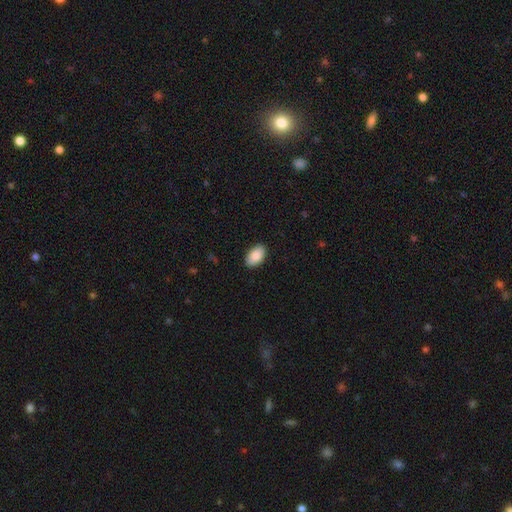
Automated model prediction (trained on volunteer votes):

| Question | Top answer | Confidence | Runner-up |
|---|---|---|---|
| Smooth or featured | smooth | 88% | star or artifact (6%) |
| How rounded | in between | 93% | round (6%) |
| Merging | none | 89% | minor disturbance (8%) |